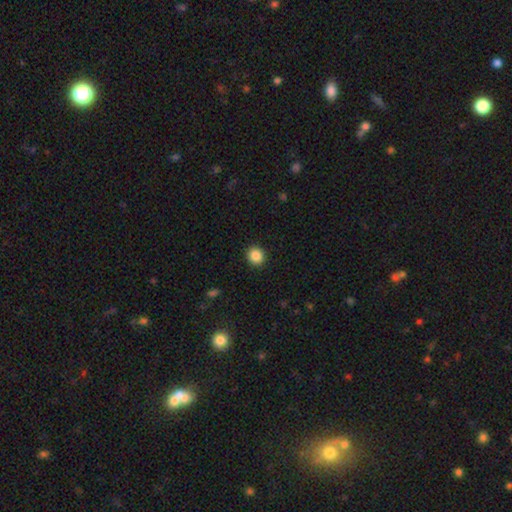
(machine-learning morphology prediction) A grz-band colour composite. It shows a smooth galaxy with no disk features (87%) that is round (87%). Merging: none (92%).